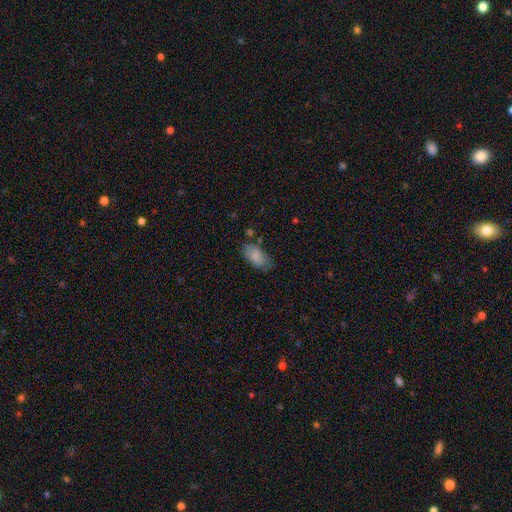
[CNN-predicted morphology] Smooth or featured?
  - smooth: 82% *
  - featured or disk: 11%
  - star or artifact: 7%
How rounded?
  - in between: 93% *
  - round: 4%
  - cigar-shaped: 3%
Merging?
  - none: 65% *
  - minor disturbance: 24%
  - major disturbance: 6%
  - merger: 5%